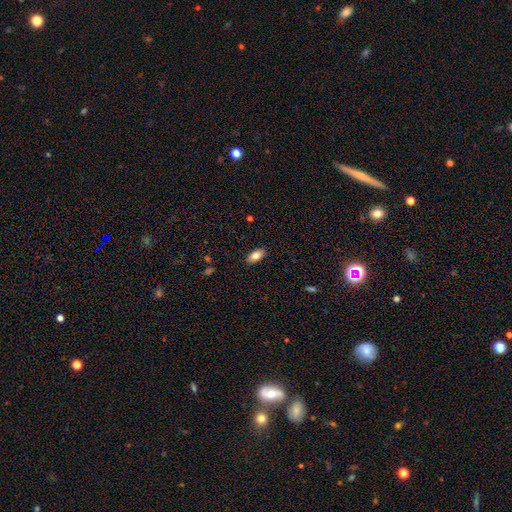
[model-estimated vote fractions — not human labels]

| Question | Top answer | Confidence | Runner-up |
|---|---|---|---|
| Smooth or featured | smooth | 83% | featured or disk (10%) |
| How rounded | in between | 91% | cigar-shaped (5%) |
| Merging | none | 89% | minor disturbance (8%) |